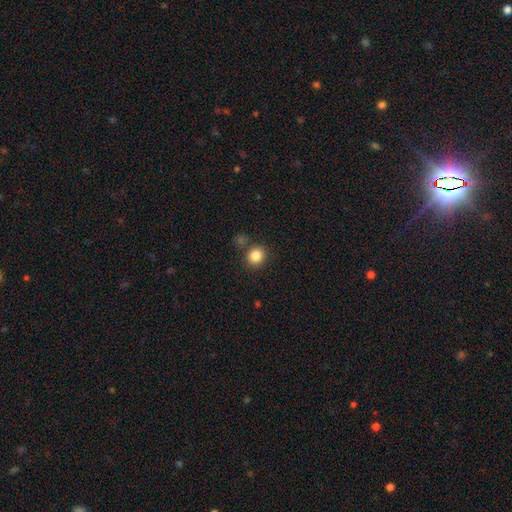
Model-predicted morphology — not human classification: The model was most divided on "how rounded": round: 82%, in between: 17%, cigar-shaped: 1%. More confident: smooth or featured — smooth (84%); merging — none (79%).